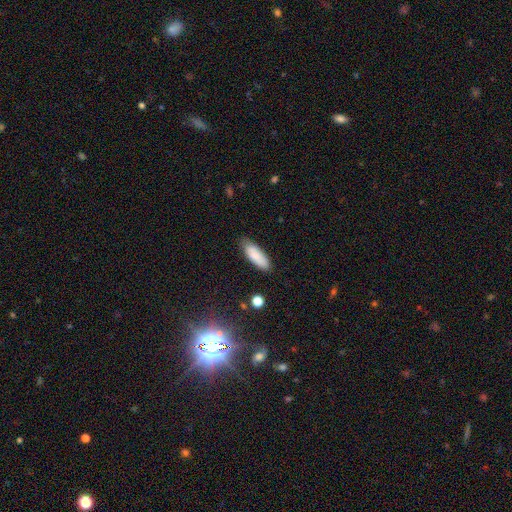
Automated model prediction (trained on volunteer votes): Smooth or featured?
  - smooth: 85% *
  - featured or disk: 9%
  - star or artifact: 7%
How rounded?
  - in between: 62% *
  - cigar-shaped: 36%
  - round: 2%
Merging?
  - none: 78% *
  - minor disturbance: 17%
  - major disturbance: 3%
  - merger: 2%